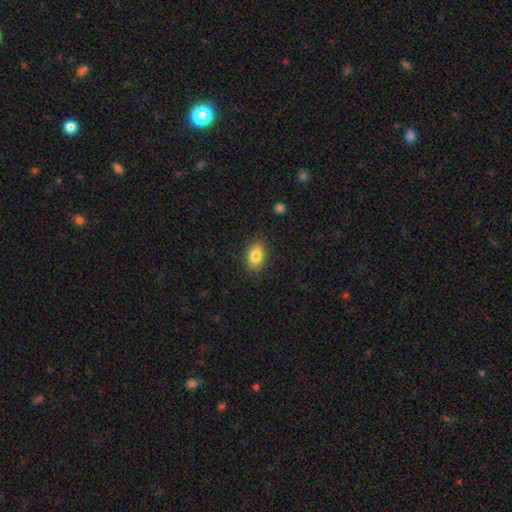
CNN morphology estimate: smooth_or_featured: smooth (p=0.83) [alt: star or artifact p=0.09]
how_rounded: in between (p=0.81) [alt: round p=0.17]
merging: none (p=0.86) [alt: minor disturbance p=0.11]